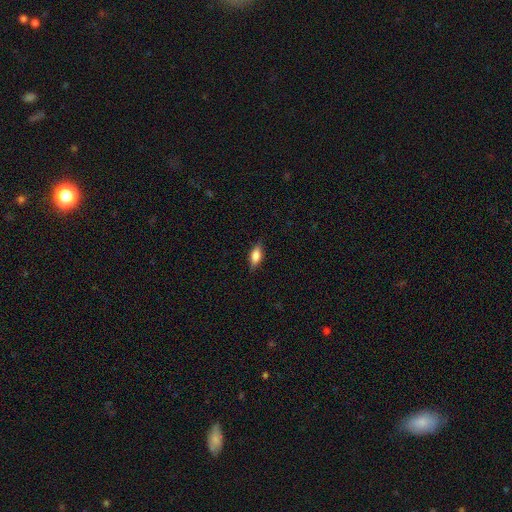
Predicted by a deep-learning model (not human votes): A smooth galaxy with no disk features (68%) that is in between round and cigar-shaped (75%). Merging: none (83%).